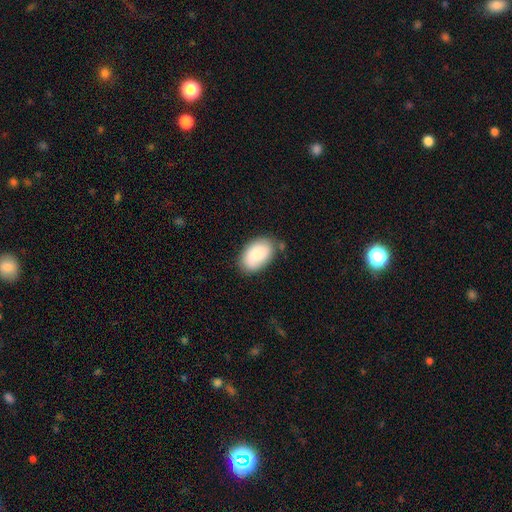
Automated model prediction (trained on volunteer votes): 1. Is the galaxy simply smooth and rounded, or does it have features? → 79% smooth, 14% featured or disk, 6% star or artifact.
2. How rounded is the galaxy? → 92% in between, 7% round, 1% cigar-shaped.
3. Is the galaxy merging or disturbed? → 75% none, 17% minor disturbance, 4% major disturbance, 3% merger.